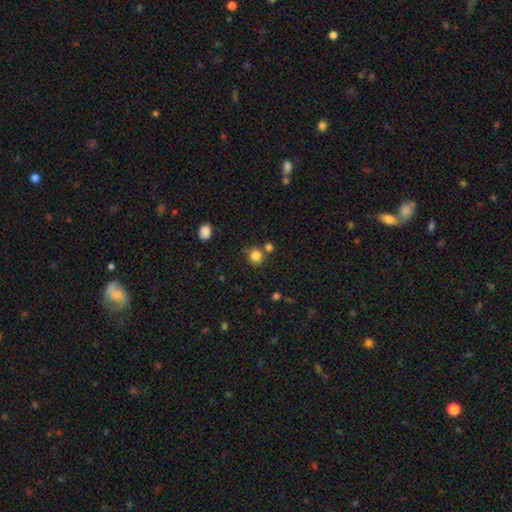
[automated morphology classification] Smooth or featured?
  - smooth: 83% *
  - star or artifact: 12%
  - featured or disk: 5%
How rounded?
  - round: 89% *
  - in between: 10%
  - cigar-shaped: 1%
Merging?
  - none: 69% *
  - merger: 16%
  - minor disturbance: 11%
  - major disturbance: 4%